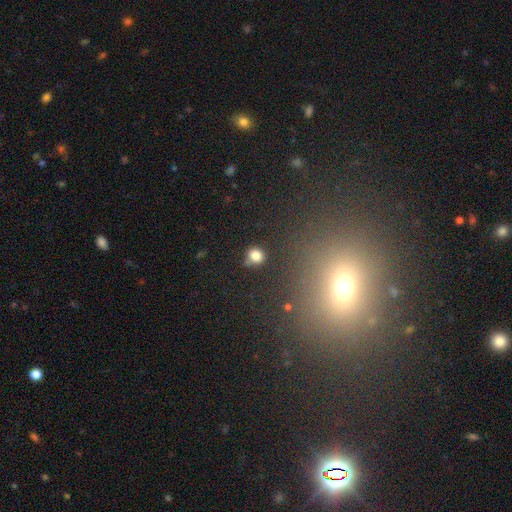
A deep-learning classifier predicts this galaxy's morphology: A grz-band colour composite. It shows a smooth galaxy with no disk features (82%) that is round (82%). Merging: none (73%).